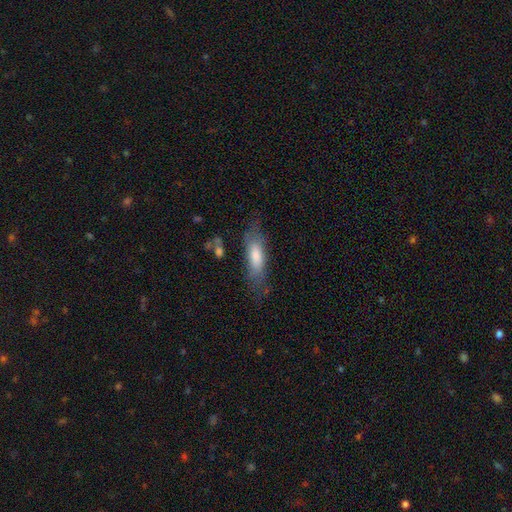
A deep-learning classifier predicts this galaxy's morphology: Q: Smooth or featured?
A: smooth (63%); runner-up: featured or disk (30%)
Q: How rounded?
A: cigar-shaped (53%); runner-up: in between (45%)
Q: Merging?
A: none (65%); runner-up: minor disturbance (22%)